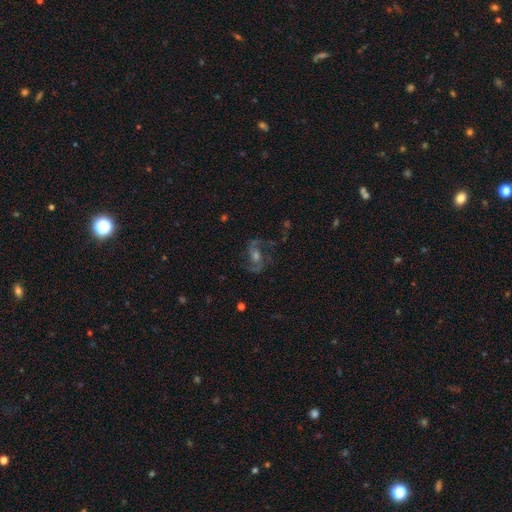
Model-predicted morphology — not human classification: Smooth or featured? featured or disk (78%)
Edge-on disk? no (97%)
Bar? no (52%)
Spiral arms? yes (94%)
Spiral winding? medium (52%)
Spiral arm count? 2 (86%)
Bulge size? moderate (57%)
Merging? none (71%)